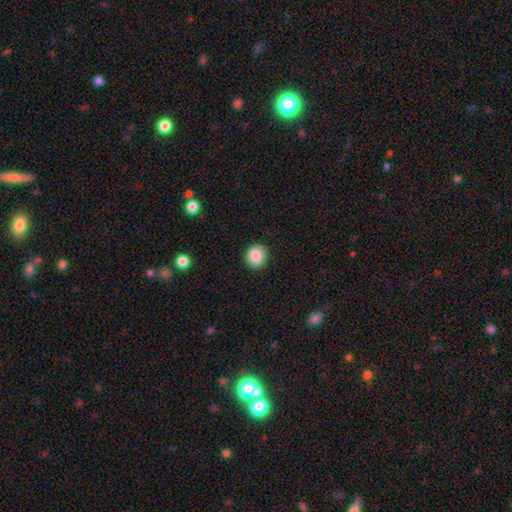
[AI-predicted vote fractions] Overall: smooth (86%). How rounded: round (83%). Merging: none (90%).